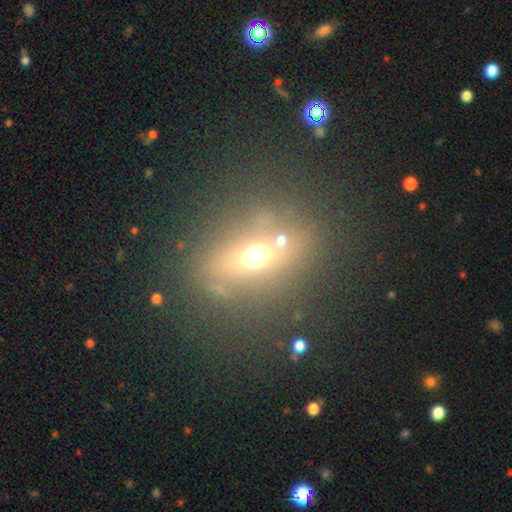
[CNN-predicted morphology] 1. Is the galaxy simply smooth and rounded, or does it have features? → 48% smooth, 29% featured or disk, 23% star or artifact.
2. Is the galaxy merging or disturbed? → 67% none, 13% minor disturbance, 10% major disturbance, 10% merger.